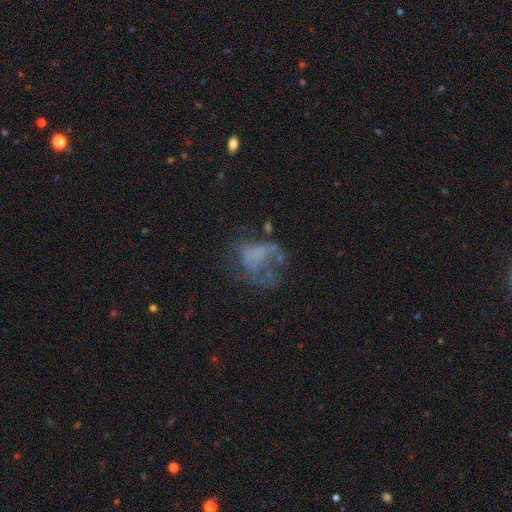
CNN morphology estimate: Smooth or featured? Predicted: featured or disk (p=0.49). Merging? Predicted: major disturbance (p=0.43).